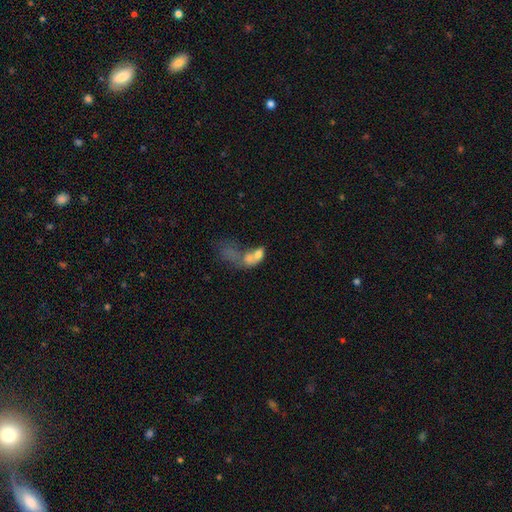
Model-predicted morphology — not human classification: smooth-or-featured: smooth: 61% | featured or disk: 28% | star or artifact: 12%
  how-rounded: in between: 81% | round: 14% | cigar-shaped: 5%
  merging: merger: 60% | major disturbance: 23% | none: 11% | minor disturbance: 6%